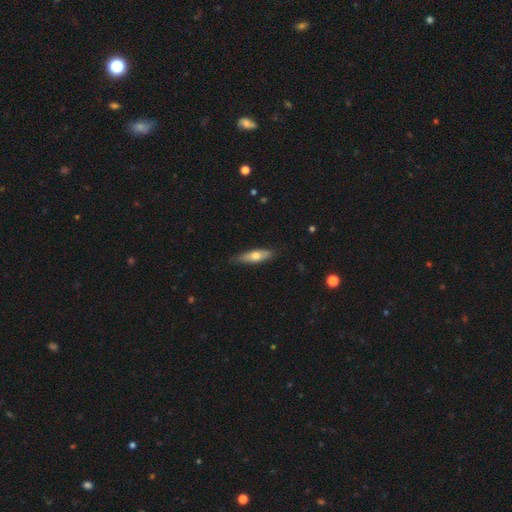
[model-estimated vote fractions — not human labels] Smooth or featured: smooth — 60% (featured or disk — 35%)
How rounded: cigar-shaped — 52% (in between — 45%)
Merging: none — 77% (minor disturbance — 19%)